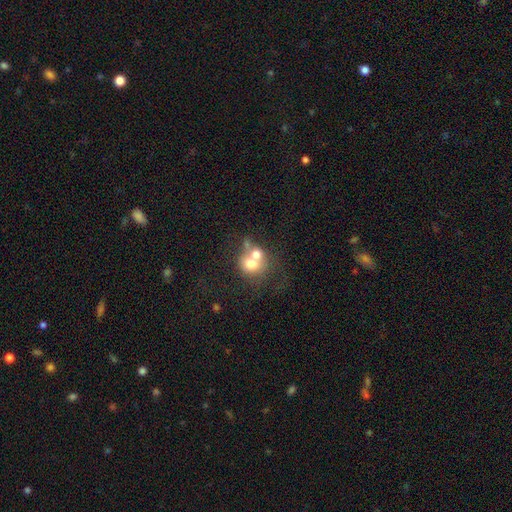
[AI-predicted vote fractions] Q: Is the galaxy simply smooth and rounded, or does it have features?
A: smooth — 63%.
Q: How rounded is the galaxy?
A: round — 75%.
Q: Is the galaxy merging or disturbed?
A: merger — 60%.